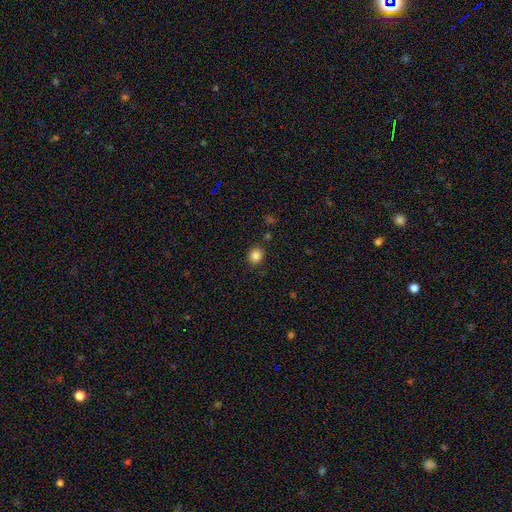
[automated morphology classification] The model was most divided on "how rounded": round: 79%, in between: 20%, cigar-shaped: 1%. More confident: merging — none (88%); smooth or featured — smooth (85%).